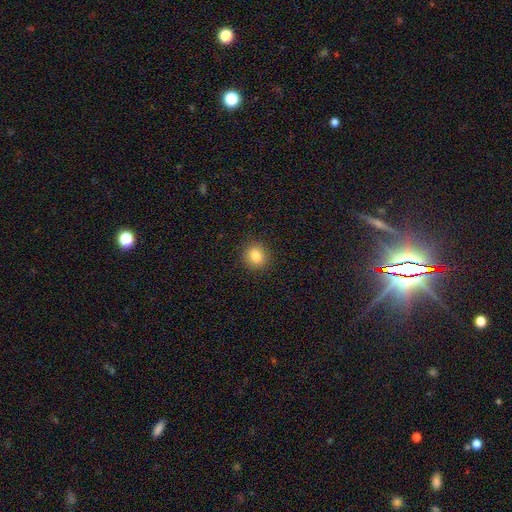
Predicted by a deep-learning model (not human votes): smooth-or-featured: smooth: 84% | star or artifact: 11% | featured or disk: 6%
  how-rounded: round: 78% | in between: 21% | cigar-shaped: 1%
  merging: none: 90% | minor disturbance: 7% | major disturbance: 2% | merger: 1%